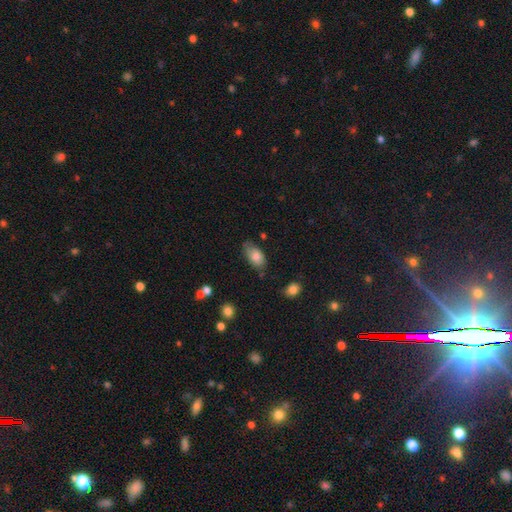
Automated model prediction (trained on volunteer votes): This appears to be a smooth galaxy with no disk features (78%) that is in between round and cigar-shaped (93%). Merging: none (61%).